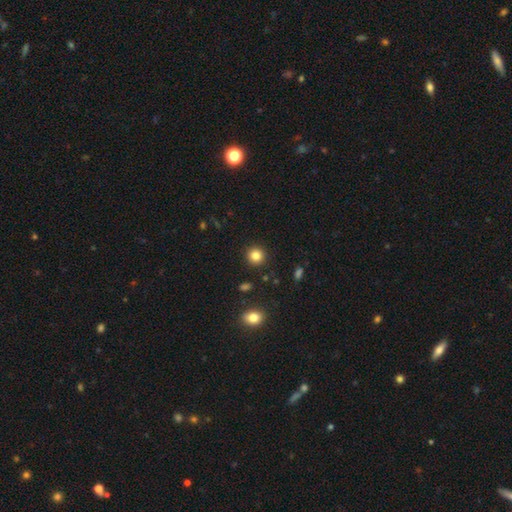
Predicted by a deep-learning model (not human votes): smooth 84%, star or artifact 11%, featured or disk 5%. Down the decision tree: how rounded — round (92%); merging — none (91%).